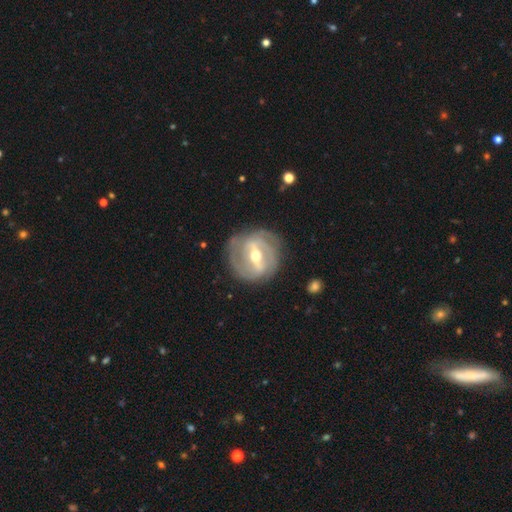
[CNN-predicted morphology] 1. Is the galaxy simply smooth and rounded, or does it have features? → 86% featured or disk, 9% smooth, 5% star or artifact.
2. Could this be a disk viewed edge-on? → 92% no, 8% yes.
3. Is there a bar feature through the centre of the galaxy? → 65% strong, 27% weak, 8% no.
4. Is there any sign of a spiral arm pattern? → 85% yes, 15% no.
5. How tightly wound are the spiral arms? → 58% tight, 31% medium, 10% loose.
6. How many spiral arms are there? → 47% 2, 25% can't tell, 16% 3, 5% 4, 4% 1, 3% more than 4.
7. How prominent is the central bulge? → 71% moderate, 23% small, 5% large, 1% dominant, 1% none.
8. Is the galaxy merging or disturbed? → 80% none, 14% minor disturbance, 5% major disturbance, 1% merger.